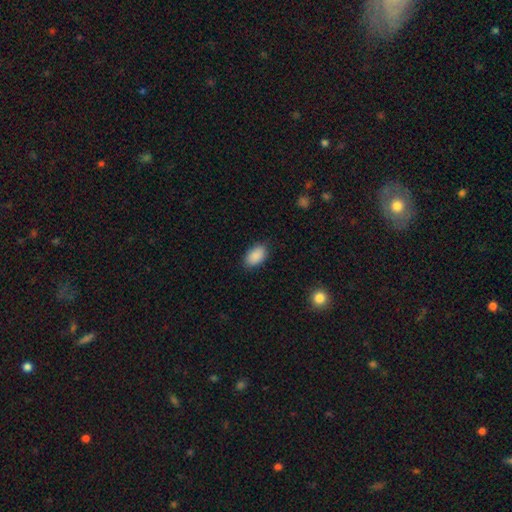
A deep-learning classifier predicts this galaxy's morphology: This appears to be a smooth galaxy with no disk features (90%) that is in between round and cigar-shaped (92%). Merging: none (86%).